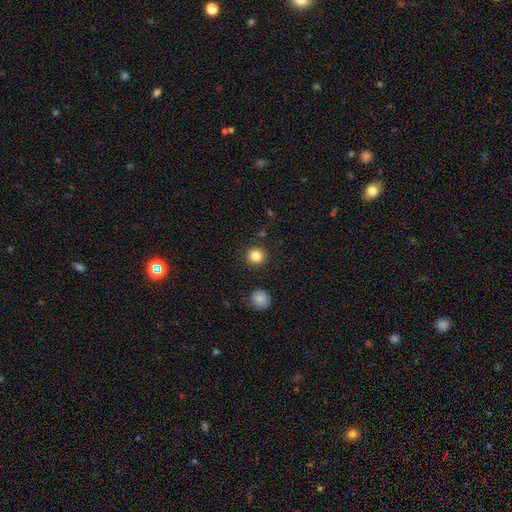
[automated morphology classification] A smooth galaxy with no disk features (85%) that is round (95%). Merging: none (91%).